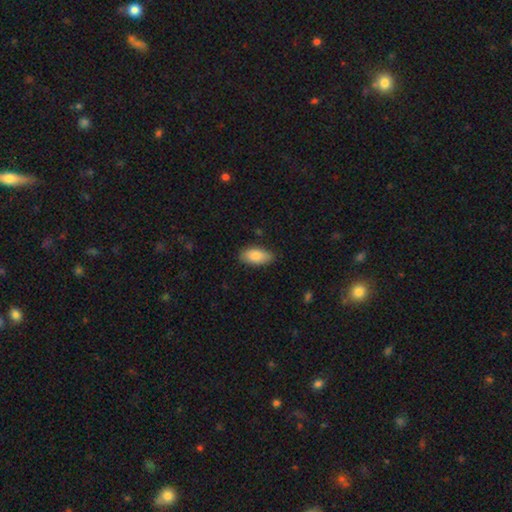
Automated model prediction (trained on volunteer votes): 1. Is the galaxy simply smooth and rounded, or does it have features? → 86% smooth, 8% featured or disk, 6% star or artifact.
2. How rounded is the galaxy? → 92% in between, 5% cigar-shaped, 3% round.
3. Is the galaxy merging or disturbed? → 80% none, 16% minor disturbance, 3% major disturbance, 1% merger.